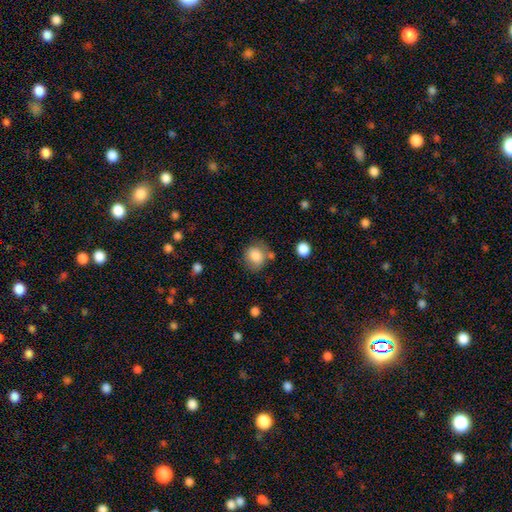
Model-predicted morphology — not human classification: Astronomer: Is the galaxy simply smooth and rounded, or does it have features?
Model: smooth — 84%.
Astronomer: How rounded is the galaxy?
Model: round — 73%.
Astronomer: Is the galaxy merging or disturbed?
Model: none — 63%.